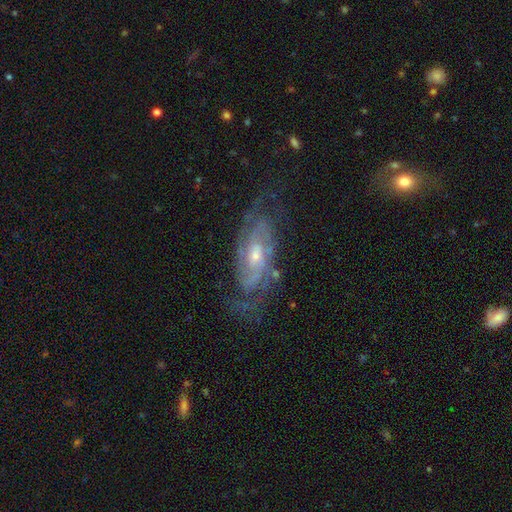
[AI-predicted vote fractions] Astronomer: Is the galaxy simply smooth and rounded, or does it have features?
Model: featured or disk — 87%.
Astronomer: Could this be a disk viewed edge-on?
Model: no — 93%.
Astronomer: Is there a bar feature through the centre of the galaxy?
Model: no — 55% (runner-up: weak, 36%).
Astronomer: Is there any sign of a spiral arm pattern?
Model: yes — 96%.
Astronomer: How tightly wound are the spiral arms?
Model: tight — 57% (runner-up: medium, 35%).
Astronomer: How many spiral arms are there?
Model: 2 — 51%.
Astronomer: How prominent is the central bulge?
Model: small — 55% (runner-up: moderate, 41%).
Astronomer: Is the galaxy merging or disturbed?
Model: none — 71%.